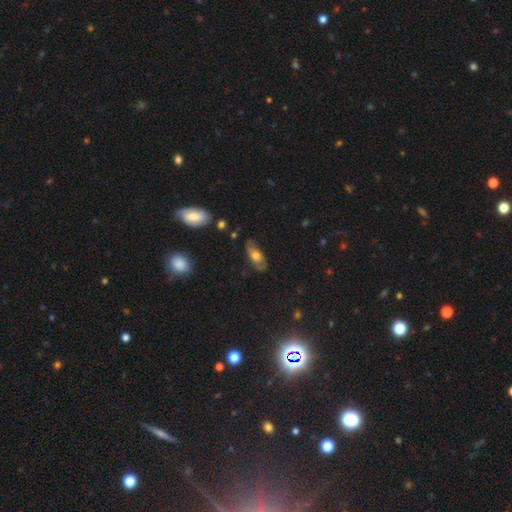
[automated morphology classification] Smooth or featured? Predicted: smooth (p=0.51). How rounded? Predicted: in between (p=0.79). Merging? Predicted: none (p=0.69).